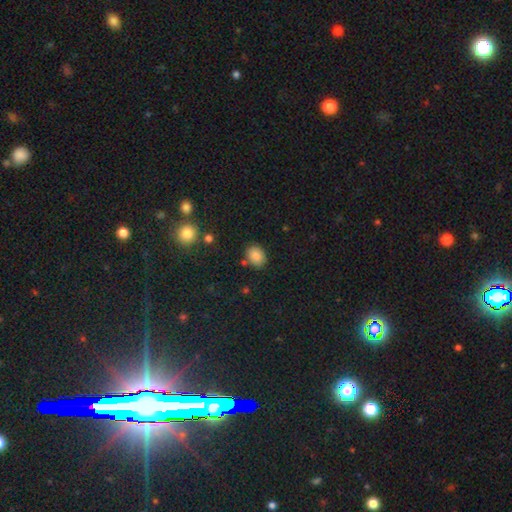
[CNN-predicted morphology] smooth-or-featured: smooth: 85% | star or artifact: 10% | featured or disk: 5%
  how-rounded: in between: 60% | round: 39% | cigar-shaped: 1%
  merging: none: 82% | minor disturbance: 11% | merger: 4% | major disturbance: 3%